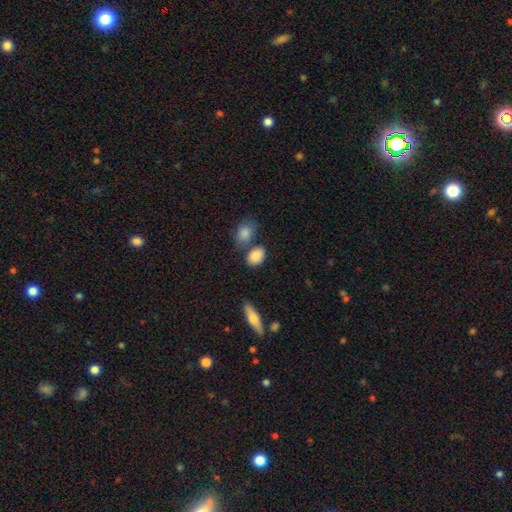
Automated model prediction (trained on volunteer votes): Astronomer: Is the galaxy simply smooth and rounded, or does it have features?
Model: smooth — 86%.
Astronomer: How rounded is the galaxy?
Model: in between — 75%.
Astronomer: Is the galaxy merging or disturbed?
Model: none — 66%.